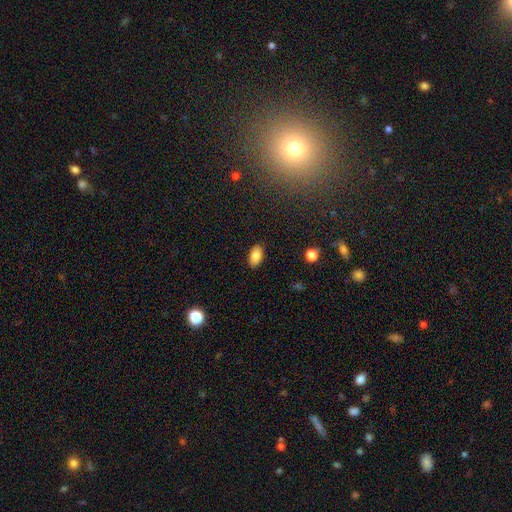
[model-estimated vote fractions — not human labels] smooth-or-featured: smooth: 85% | star or artifact: 8% | featured or disk: 7%
  how-rounded: in between: 93% | round: 5% | cigar-shaped: 2%
  merging: none: 88% | minor disturbance: 9% | major disturbance: 2% | merger: 1%